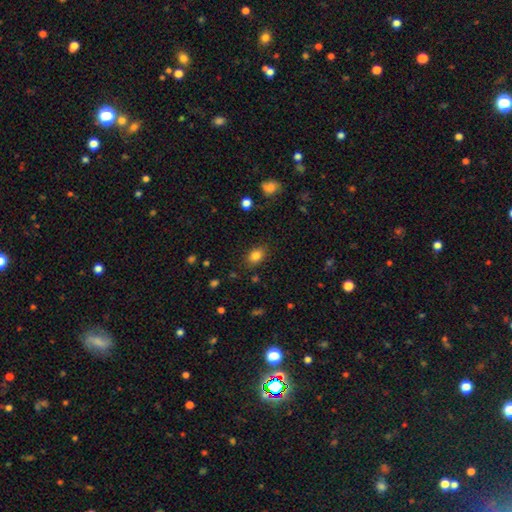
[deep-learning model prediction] Smooth or featured?
  - smooth: 83% *
  - star or artifact: 11%
  - featured or disk: 6%
How rounded?
  - in between: 72% *
  - round: 27%
  - cigar-shaped: 1%
Merging?
  - none: 84% *
  - minor disturbance: 11%
  - major disturbance: 3%
  - merger: 2%